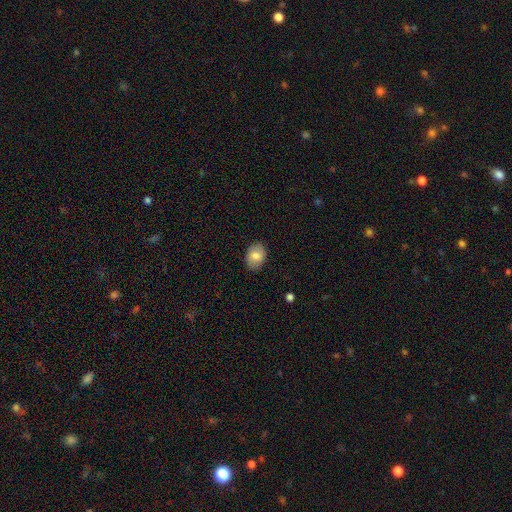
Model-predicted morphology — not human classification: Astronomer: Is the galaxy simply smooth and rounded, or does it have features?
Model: smooth — 78%.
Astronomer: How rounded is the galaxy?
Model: in between — 73%.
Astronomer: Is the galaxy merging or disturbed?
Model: none — 86%.